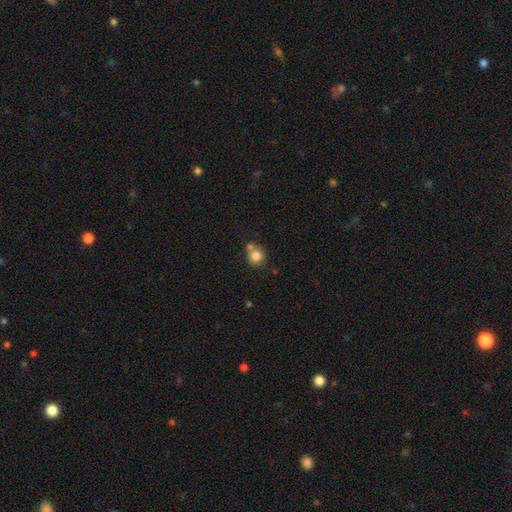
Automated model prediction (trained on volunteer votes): A smooth galaxy with no disk features (80%) that is round (86%). Merging: none (52%).